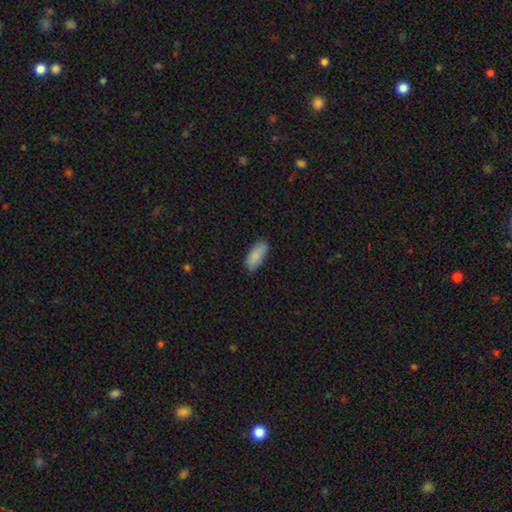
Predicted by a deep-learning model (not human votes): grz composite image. It shows a smooth galaxy with no disk features (87%) that is in between round and cigar-shaped (86%). Merging: none (79%).